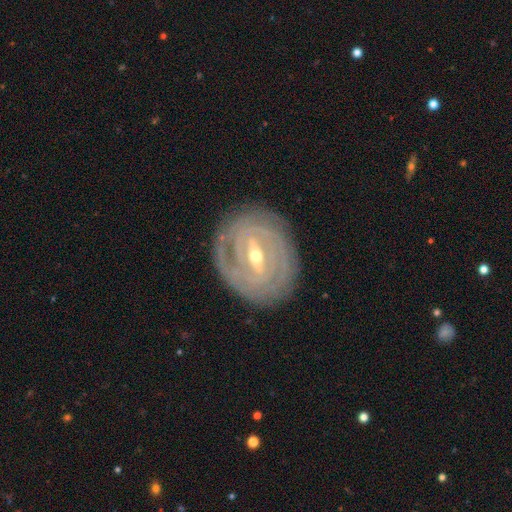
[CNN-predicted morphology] Smooth or featured?
  - featured or disk: 88% *
  - smooth: 7%
  - star or artifact: 5%
Edge-on disk?
  - no: 94% *
  - yes: 6%
Bar?
  - strong: 56% *
  - weak: 34%
  - no: 10%
Spiral arms?
  - yes: 91% *
  - no: 9%
Spiral winding?
  - tight: 84% *
  - medium: 12%
  - loose: 3%
Spiral arm count?
  - can't tell: 35% *
  - 2: 25%
  - 3: 17%
  - 4: 12%
  - more than 4: 6%
  - 1: 6%
Bulge size?
  - moderate: 52% *
  - small: 45%
  - large: 2%
  - none: 1%
  - dominant: 1%
Merging?
  - none: 83% *
  - minor disturbance: 12%
  - major disturbance: 4%
  - merger: 1%